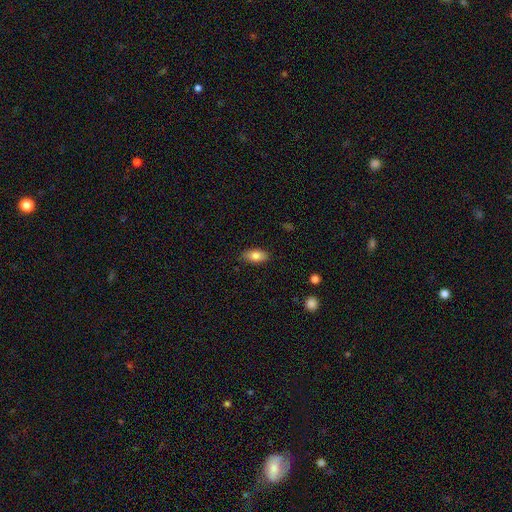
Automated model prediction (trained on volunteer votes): Morphology: type=smooth (81%); roundness=in between (90%); merging=none (85%).